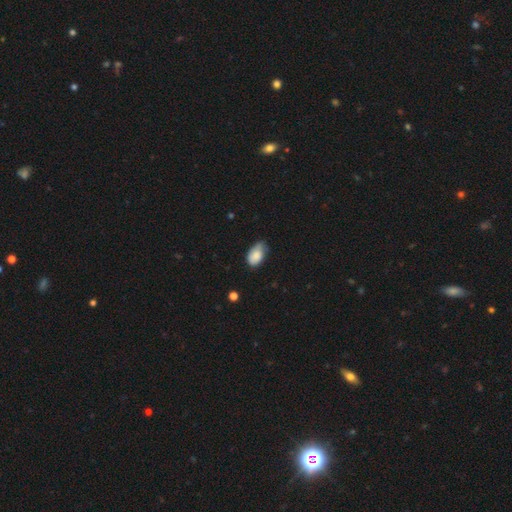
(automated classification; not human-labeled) Smooth or featured? Predicted: smooth (p=0.83). How rounded? Predicted: in between (p=0.91). Merging? Predicted: minor disturbance (p=0.46).